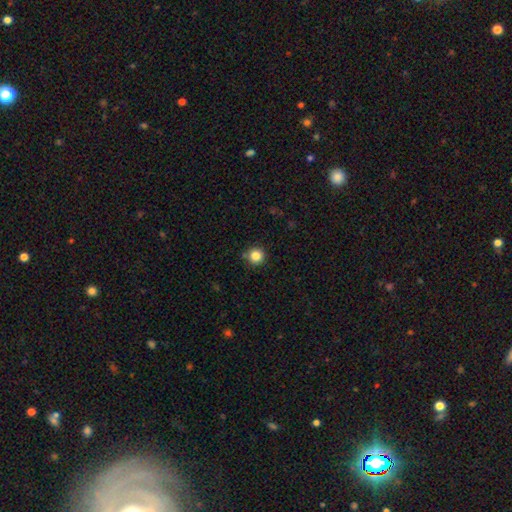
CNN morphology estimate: type=smooth (84%); roundness=round (95%); merging=none (87%).